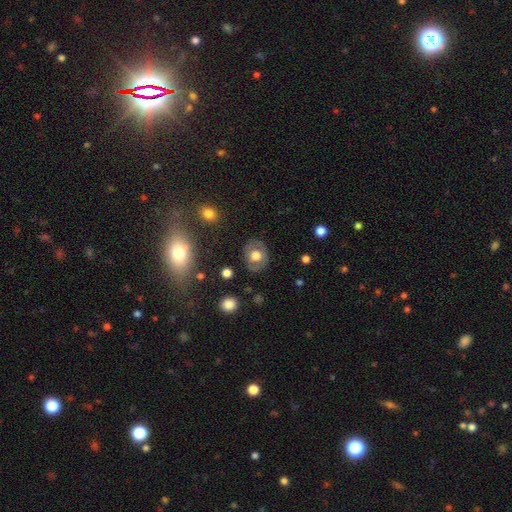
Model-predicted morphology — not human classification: smooth-or-featured: smooth: 57% | featured or disk: 34% | star or artifact: 9%
  how-rounded: round: 54% | in between: 45% | cigar-shaped: 1%
  merging: none: 80% | minor disturbance: 13% | major disturbance: 6% | merger: 2%